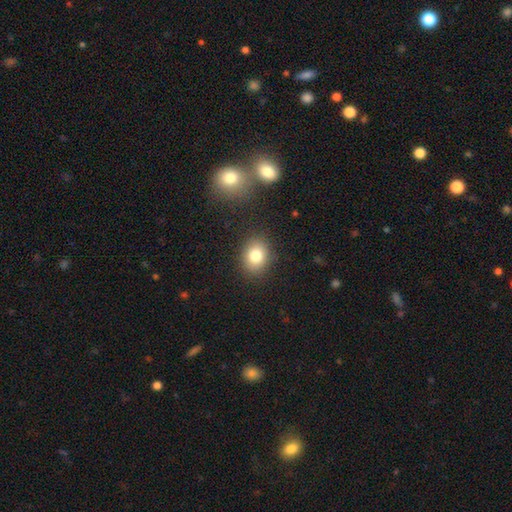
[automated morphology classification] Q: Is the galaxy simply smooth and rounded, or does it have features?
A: smooth — 80%.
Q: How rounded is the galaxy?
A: round — 50%.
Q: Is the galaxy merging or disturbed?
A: none — 86%.